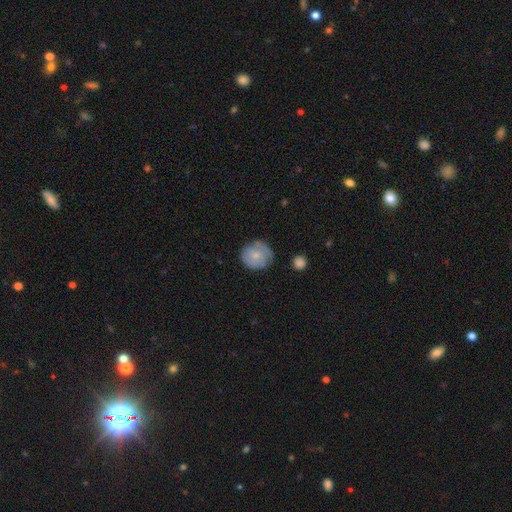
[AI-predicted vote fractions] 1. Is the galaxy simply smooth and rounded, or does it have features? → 53% smooth, 40% featured or disk, 7% star or artifact.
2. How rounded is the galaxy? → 82% round, 17% in between, 1% cigar-shaped.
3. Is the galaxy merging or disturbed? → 71% none, 21% minor disturbance, 6% major disturbance, 2% merger.